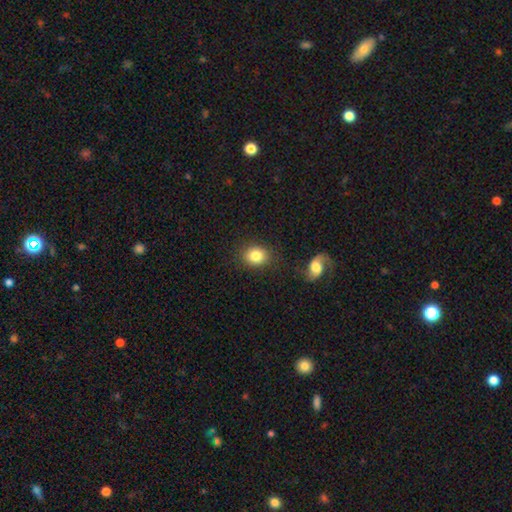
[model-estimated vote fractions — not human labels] smooth_or_featured: smooth (p=0.84) [alt: star or artifact p=0.08]
how_rounded: round (p=0.59) [alt: in between p=0.40]
merging: none (p=0.83) [alt: minor disturbance p=0.10]